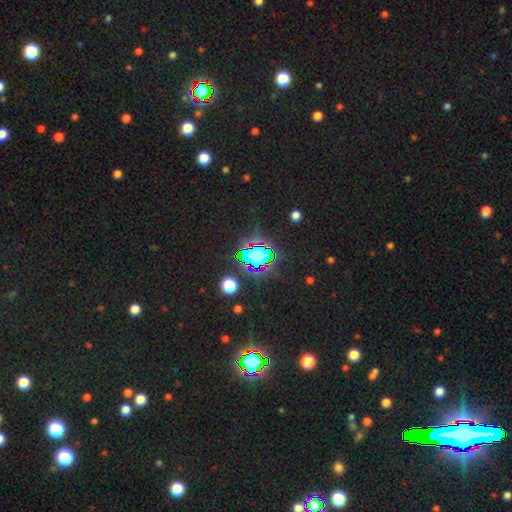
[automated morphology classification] The model was most divided on "smooth or featured": star or artifact: 67%, smooth: 22%, featured or disk: 11%.